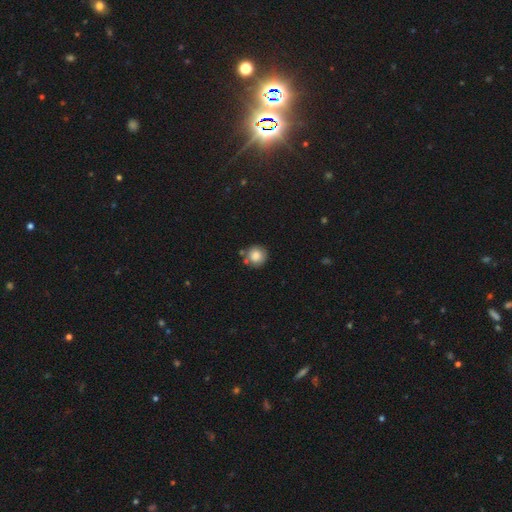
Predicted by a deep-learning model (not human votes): A smooth galaxy with no disk features (84%) that is round (92%). Merging: none (73%).